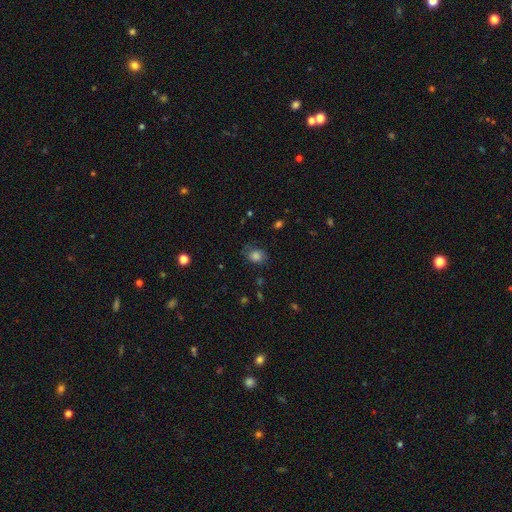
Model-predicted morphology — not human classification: Q: Smooth or featured?
A: smooth (72%); runner-up: featured or disk (15%)
Q: How rounded?
A: round (52%); runner-up: in between (47%)
Q: Merging?
A: none (66%); runner-up: minor disturbance (23%)